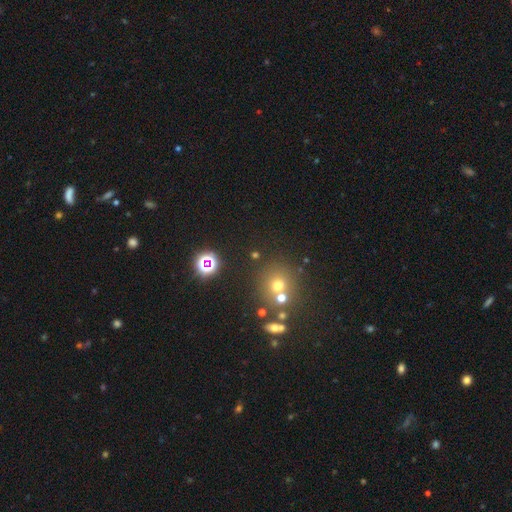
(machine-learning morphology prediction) Smooth or featured? Predicted: smooth (p=0.46). Merging? Predicted: none (p=0.74).